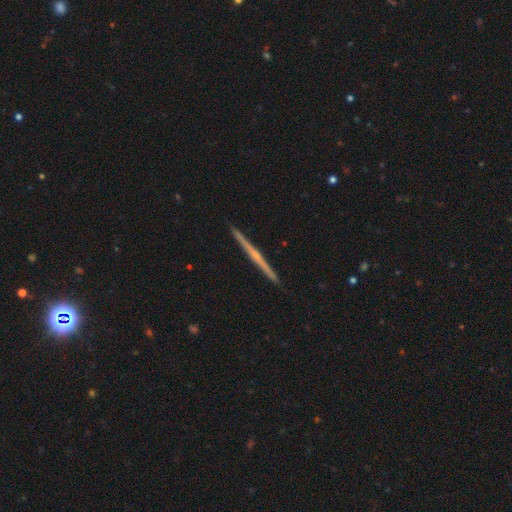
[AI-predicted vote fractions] smooth_or_featured: featured or disk (p=0.79) [alt: smooth p=0.16]
disk_edge_on: yes (p=0.99) [alt: no p=0.01]
edge_on_bulge: rounded (p=0.56) [alt: none p=0.37]
merging: none (p=0.93) [alt: minor disturbance p=0.05]